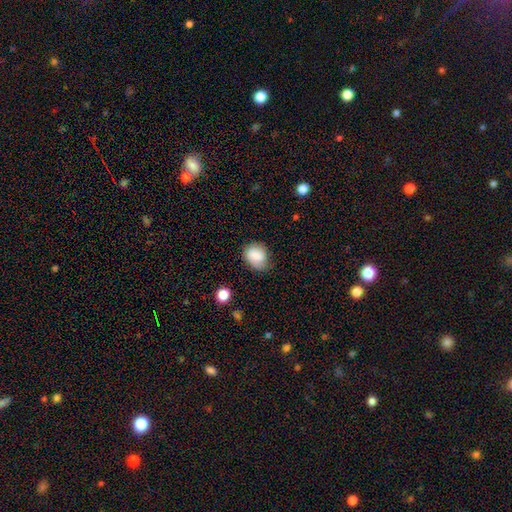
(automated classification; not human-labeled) smooth 78%, featured or disk 14%, star or artifact 8%. Down the decision tree: how rounded — in between (52%); merging — none (63%).